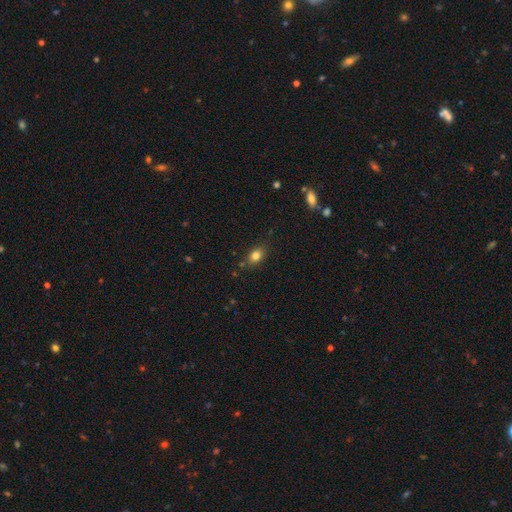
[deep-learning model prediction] smooth-or-featured: smooth: 82% | star or artifact: 10% | featured or disk: 8%
  how-rounded: in between: 73% | round: 24% | cigar-shaped: 3%
  merging: none: 80% | minor disturbance: 14% | major disturbance: 3% | merger: 3%